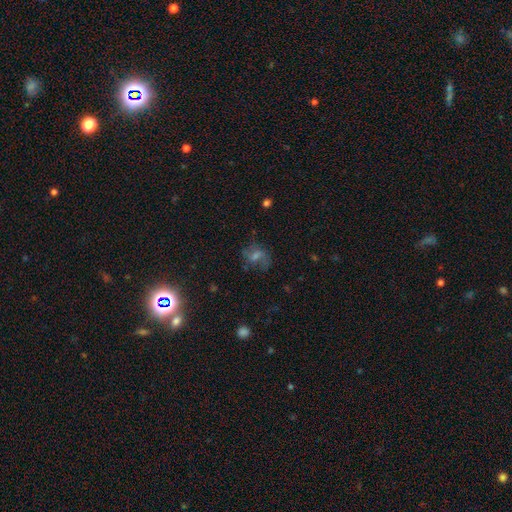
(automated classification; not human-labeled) smooth-or-featured: featured or disk: 47% | star or artifact: 28% | smooth: 25%
  merging: none: 65% | minor disturbance: 18% | major disturbance: 14% | merger: 2%